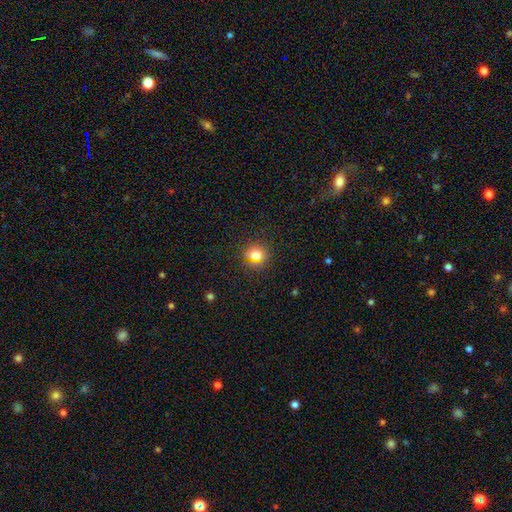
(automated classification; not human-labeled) Morphology: type=smooth (72%); roundness=round (89%); merging=none (86%).